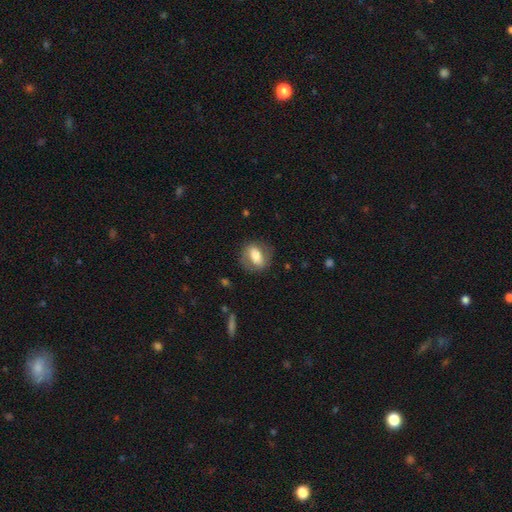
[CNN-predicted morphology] type=smooth (56%); roundness=in between (69%); merging=none (76%).